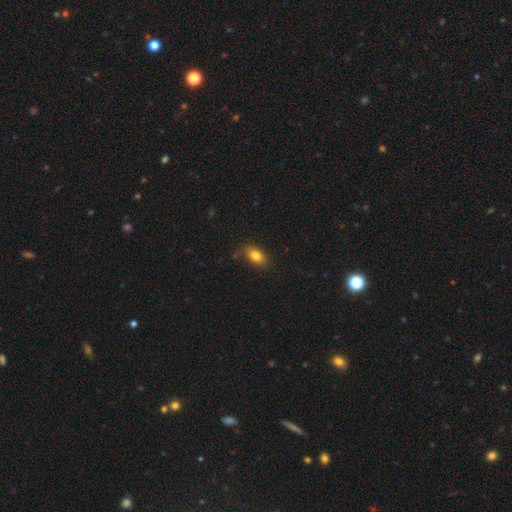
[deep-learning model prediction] smooth_or_featured: smooth (p=0.81) [alt: featured or disk p=0.09]
how_rounded: in between (p=0.84) [alt: round p=0.13]
merging: none (p=0.80) [alt: minor disturbance p=0.14]